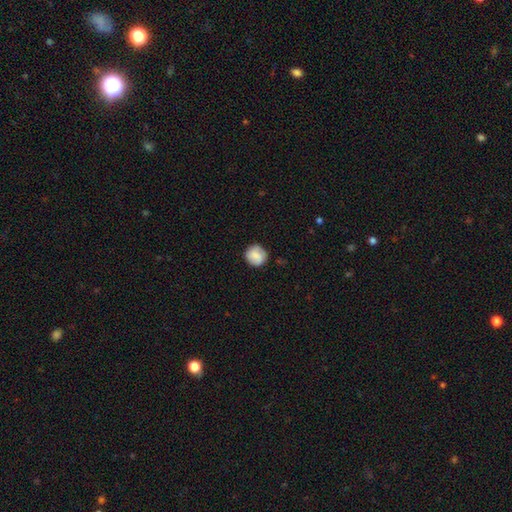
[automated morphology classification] Smooth or featured: smooth — 74% (featured or disk — 19%)
How rounded: round — 88% (in between — 11%)
Merging: none — 80% (minor disturbance — 15%)